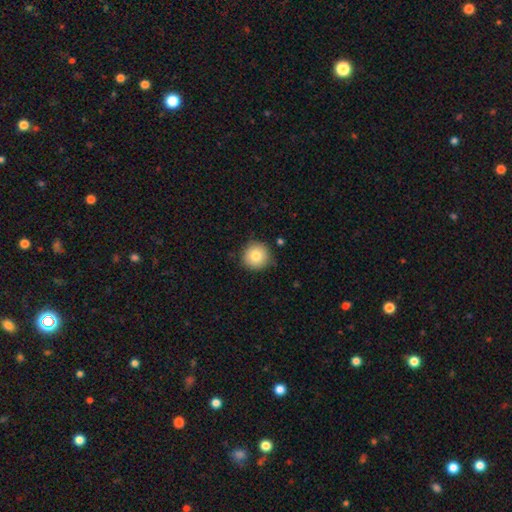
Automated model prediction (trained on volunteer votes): smooth 81%, featured or disk 10%, star or artifact 9%. Down the decision tree: how rounded — round (94%); merging — none (84%).